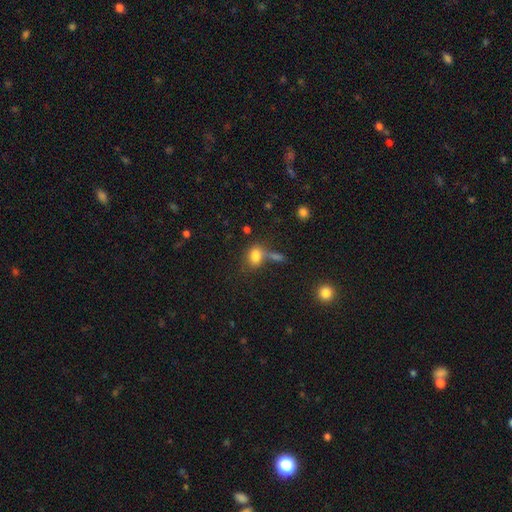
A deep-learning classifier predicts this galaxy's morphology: smooth-or-featured: smooth: 79% | star or artifact: 11% | featured or disk: 10%
  how-rounded: in between: 72% | round: 26% | cigar-shaped: 3%
  merging: none: 47% | merger: 28% | minor disturbance: 16% | major disturbance: 9%